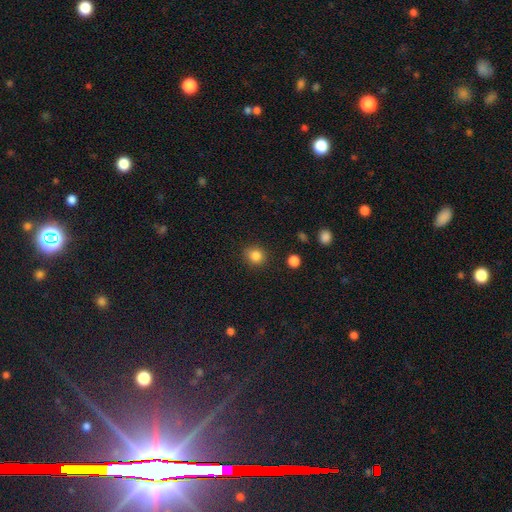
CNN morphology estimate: Q: Smooth or featured?
A: smooth (85%); runner-up: star or artifact (11%)
Q: How rounded?
A: round (81%); runner-up: in between (18%)
Q: Merging?
A: none (87%); runner-up: minor disturbance (9%)